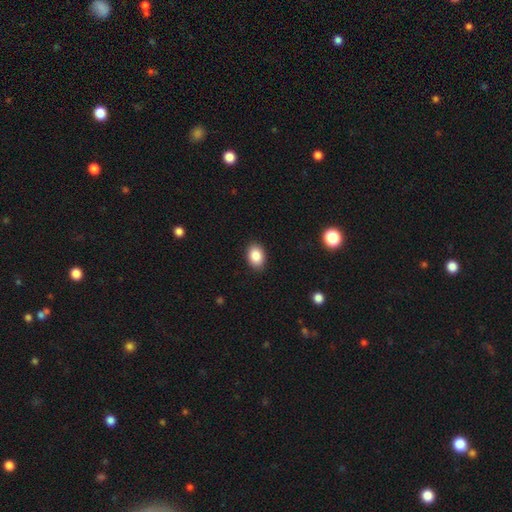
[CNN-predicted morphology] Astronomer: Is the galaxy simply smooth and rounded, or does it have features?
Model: smooth — 87%.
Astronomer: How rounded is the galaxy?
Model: in between — 78%.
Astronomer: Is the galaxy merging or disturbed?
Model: none — 89%.